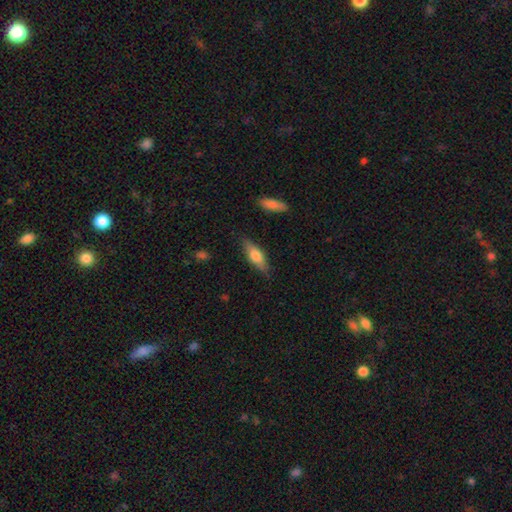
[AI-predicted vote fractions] A smooth galaxy with no disk features (65%) that is in between round and cigar-shaped (55%).

Vote fractions:
- Smooth or featured? smooth: 65% / featured or disk: 29% / star or artifact: 6%
- How rounded? in between: 55% / cigar-shaped: 43% / round: 2%
- Merging? none: 82% / minor disturbance: 14% / major disturbance: 3% / merger: 2%